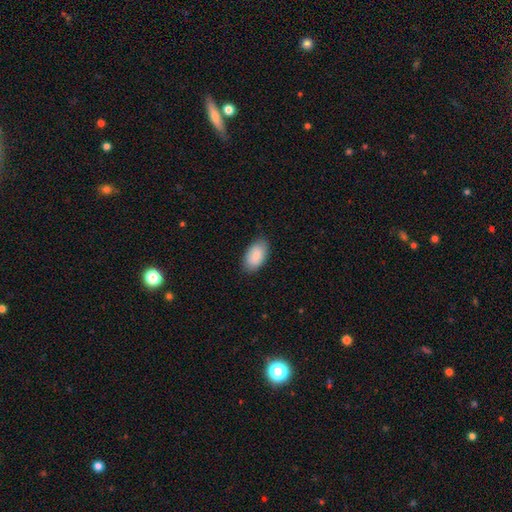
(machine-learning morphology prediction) smooth-or-featured: smooth: 87% | featured or disk: 7% | star or artifact: 6%
  how-rounded: in between: 95% | round: 4% | cigar-shaped: 2%
  merging: none: 85% | minor disturbance: 11% | major disturbance: 2% | merger: 1%